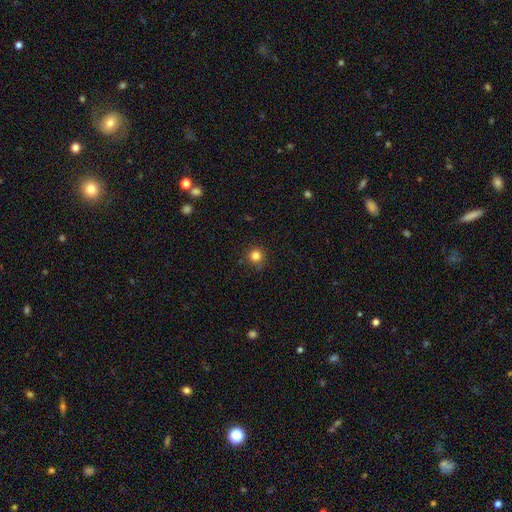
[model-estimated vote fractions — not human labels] Q: Smooth or featured?
A: smooth (83%); runner-up: star or artifact (13%)
Q: How rounded?
A: round (94%); runner-up: in between (5%)
Q: Merging?
A: none (87%); runner-up: minor disturbance (9%)